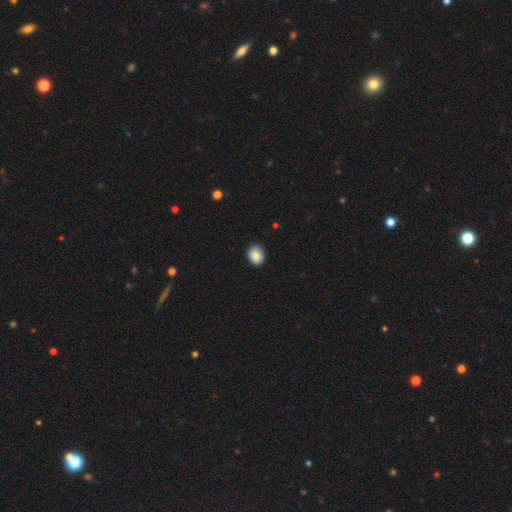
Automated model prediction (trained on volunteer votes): Q: Smooth or featured?
A: smooth (87%); runner-up: star or artifact (8%)
Q: How rounded?
A: in between (50%); runner-up: round (49%)
Q: Merging?
A: none (88%); runner-up: minor disturbance (9%)